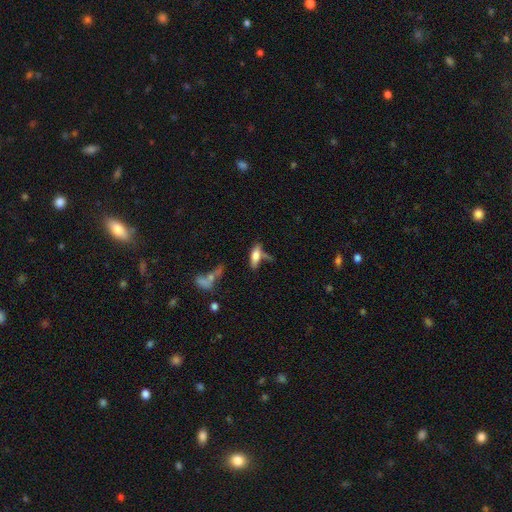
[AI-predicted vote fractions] A smooth galaxy with no disk features (67%) that is in between round and cigar-shaped (64%).

Vote fractions:
- Smooth or featured? smooth: 67% / featured or disk: 25% / star or artifact: 8%
- How rounded? in between: 64% / cigar-shaped: 33% / round: 3%
- Merging? none: 51% / minor disturbance: 21% / merger: 17% / major disturbance: 11%